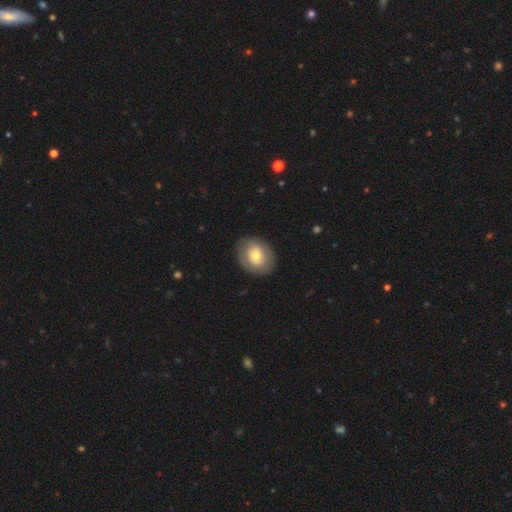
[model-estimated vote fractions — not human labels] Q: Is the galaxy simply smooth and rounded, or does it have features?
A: smooth — 59%.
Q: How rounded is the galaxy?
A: in between — 52%.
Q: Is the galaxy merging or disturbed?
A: none — 84%.